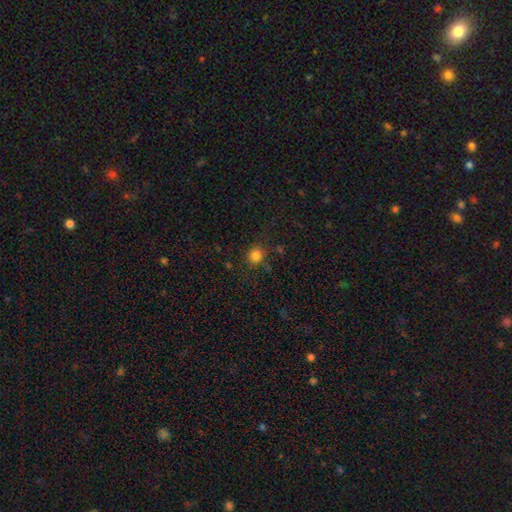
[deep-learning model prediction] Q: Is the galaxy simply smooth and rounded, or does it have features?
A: smooth — 82%.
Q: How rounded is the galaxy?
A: round — 90%.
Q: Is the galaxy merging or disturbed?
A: none — 82%.